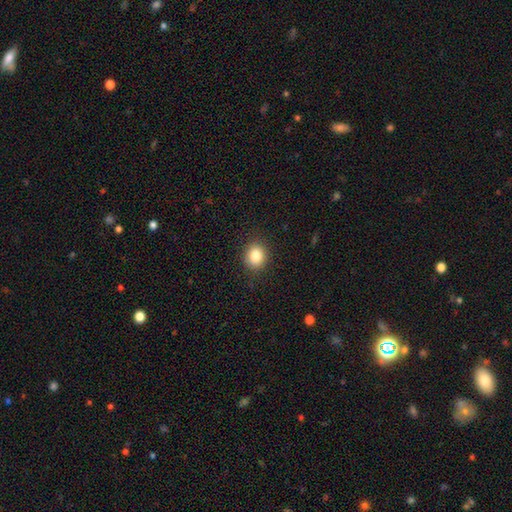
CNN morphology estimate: Smooth or featured: smooth — 84% (star or artifact — 10%)
How rounded: round — 74% (in between — 25%)
Merging: none — 89% (minor disturbance — 8%)